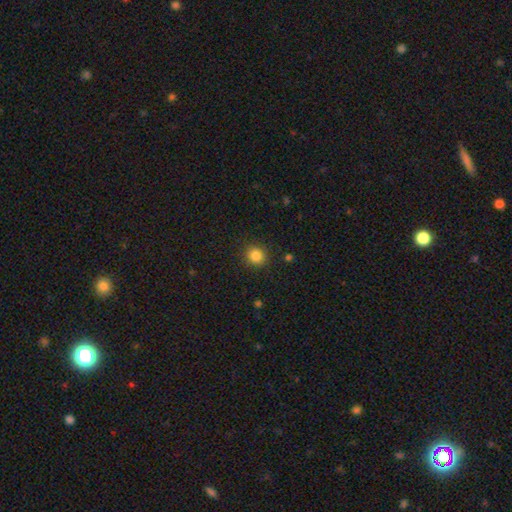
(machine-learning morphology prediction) This appears to be a smooth galaxy with no disk features (84%) that is round (86%). Merging: none (90%).